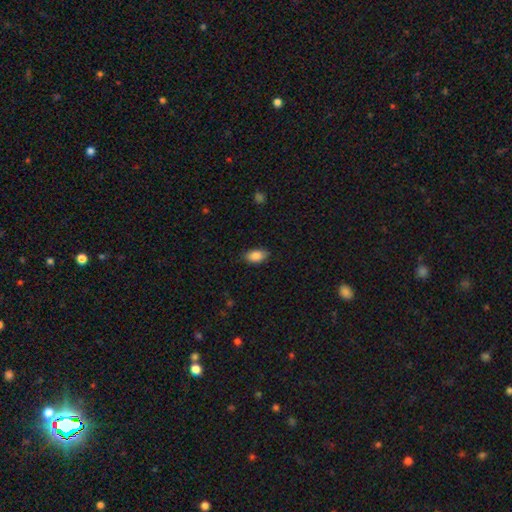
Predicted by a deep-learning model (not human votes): A smooth galaxy with no disk features (88%) that is in between round and cigar-shaped (92%). Merging: none (82%).